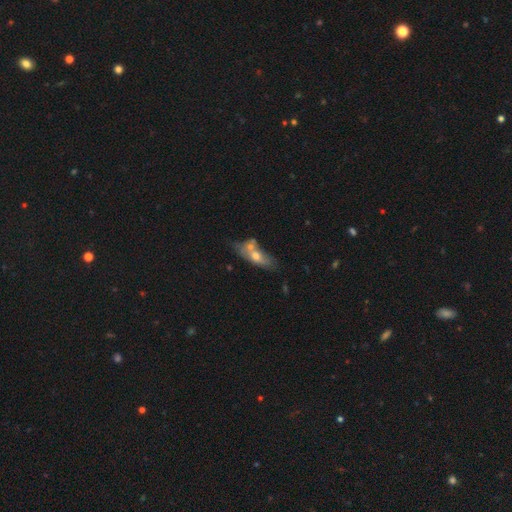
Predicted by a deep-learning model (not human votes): Smooth or featured: smooth — 54% (featured or disk — 38%)
How rounded: in between — 71% (cigar-shaped — 23%)
Merging: none — 38% (merger — 35%)